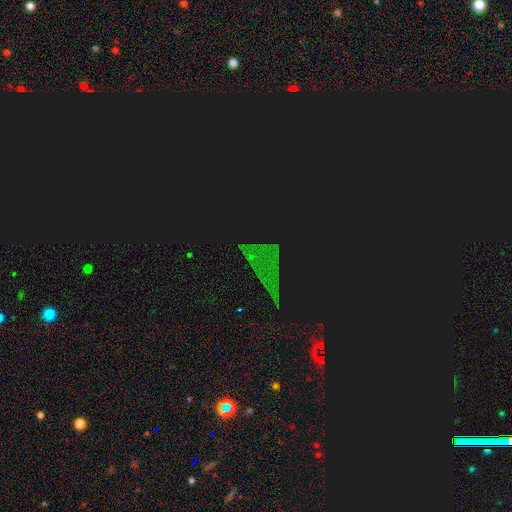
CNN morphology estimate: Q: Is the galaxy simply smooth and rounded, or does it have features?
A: star or artifact — 80%.